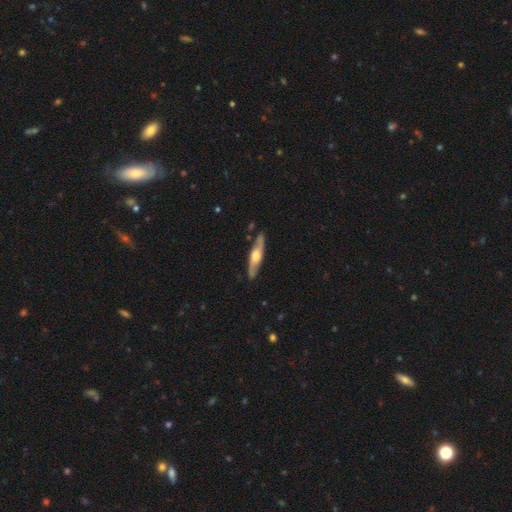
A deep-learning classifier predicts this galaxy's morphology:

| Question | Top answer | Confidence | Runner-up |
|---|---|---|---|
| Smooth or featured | featured or disk | 67% | smooth (28%) |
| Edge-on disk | yes | 72% | no (28%) |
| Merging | none | 86% | minor disturbance (11%) |